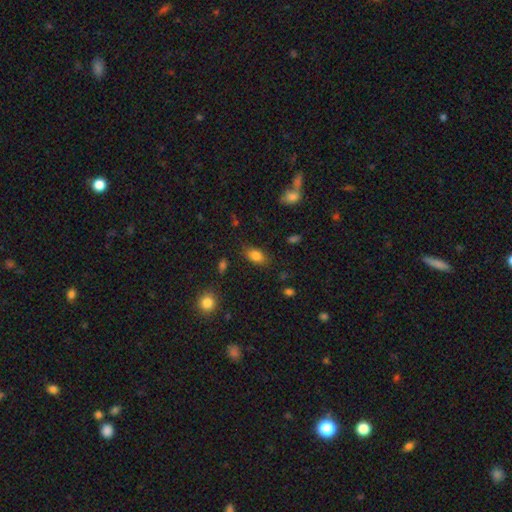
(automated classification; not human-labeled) A smooth galaxy with no disk features (83%) that is in between round and cigar-shaped (88%).

Vote fractions:
- Smooth or featured? smooth: 83% / star or artifact: 9% / featured or disk: 7%
- How rounded? in between: 88% / round: 9% / cigar-shaped: 3%
- Merging? none: 80% / minor disturbance: 14% / major disturbance: 4% / merger: 2%